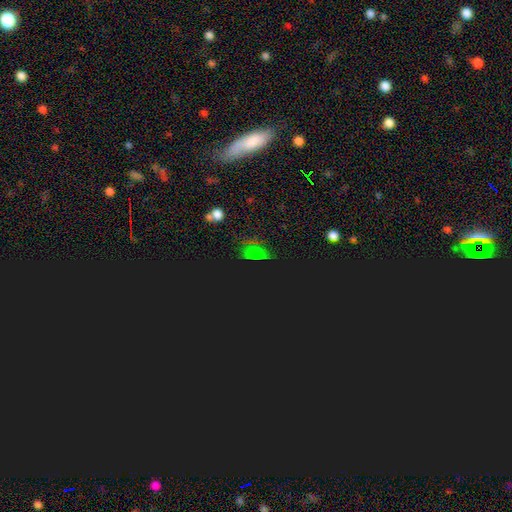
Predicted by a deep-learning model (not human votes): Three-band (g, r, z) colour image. It shows a star or artifact, not a galaxy (61%).